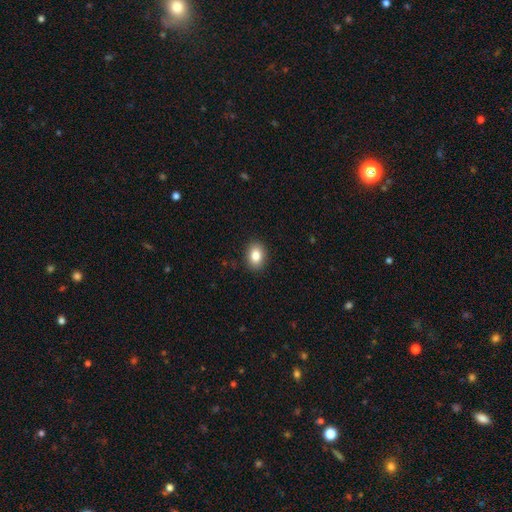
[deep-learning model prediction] A smooth galaxy with no disk features (84%) that is in between round and cigar-shaped (64%). Merging: none (89%).